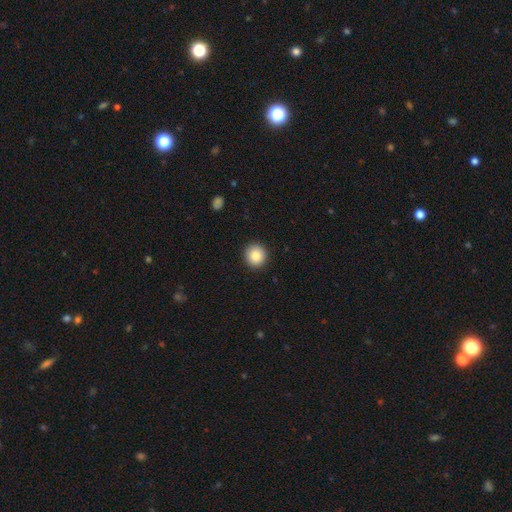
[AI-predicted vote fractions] This is clearly a smooth galaxy (87%). How rounded: clearly round (94%). Merging: clearly none (92%).